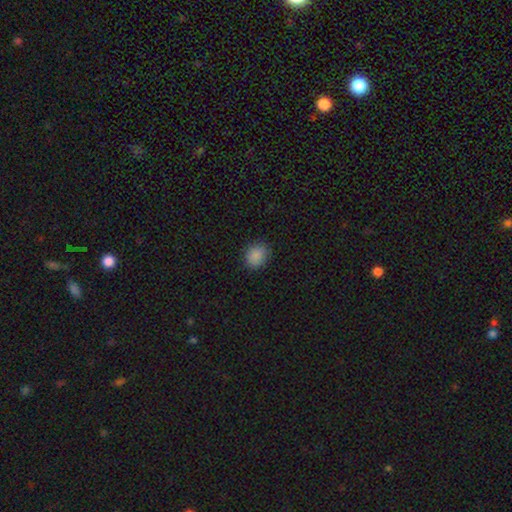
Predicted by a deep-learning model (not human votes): Smooth or featured?
  - smooth: 87% *
  - star or artifact: 9%
  - featured or disk: 3%
How rounded?
  - round: 62% *
  - in between: 37%
  - cigar-shaped: 1%
Merging?
  - none: 86% *
  - minor disturbance: 11%
  - major disturbance: 3%
  - merger: 1%